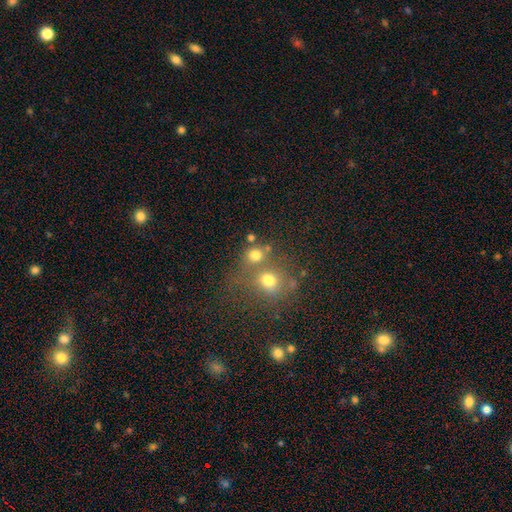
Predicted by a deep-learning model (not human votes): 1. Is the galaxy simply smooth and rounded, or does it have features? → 69% smooth, 19% star or artifact, 12% featured or disk.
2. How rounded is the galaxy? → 79% round, 20% in between, 1% cigar-shaped.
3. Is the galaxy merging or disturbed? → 48% none, 38% merger, 9% minor disturbance, 6% major disturbance.